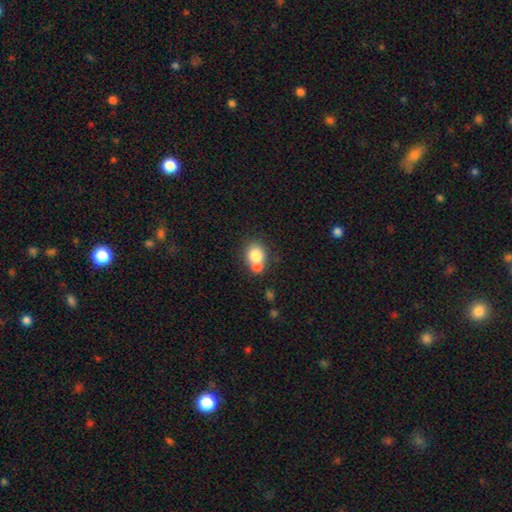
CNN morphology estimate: A smooth galaxy with no disk features (78%) that is round (74%). Merging: merger (47%).